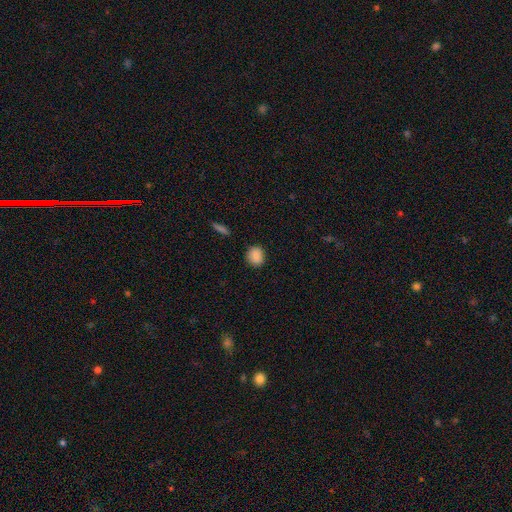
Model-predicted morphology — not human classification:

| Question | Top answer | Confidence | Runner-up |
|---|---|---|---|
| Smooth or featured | smooth | 88% | star or artifact (9%) |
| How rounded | round | 69% | in between (30%) |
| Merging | none | 87% | minor disturbance (9%) |